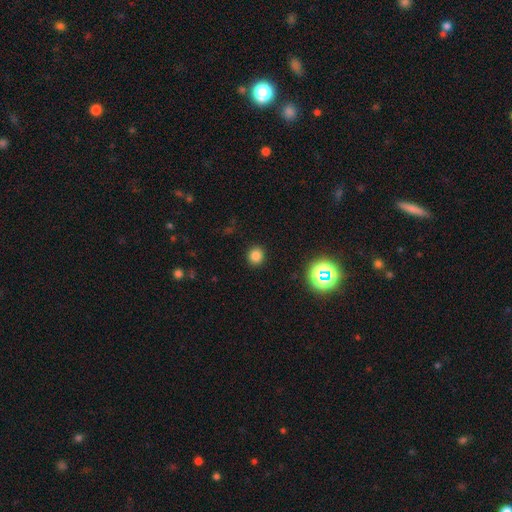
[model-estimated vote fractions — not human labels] Smooth or featured? Predicted: smooth (p=0.79). How rounded? Predicted: round (p=0.90). Merging? Predicted: none (p=0.91).